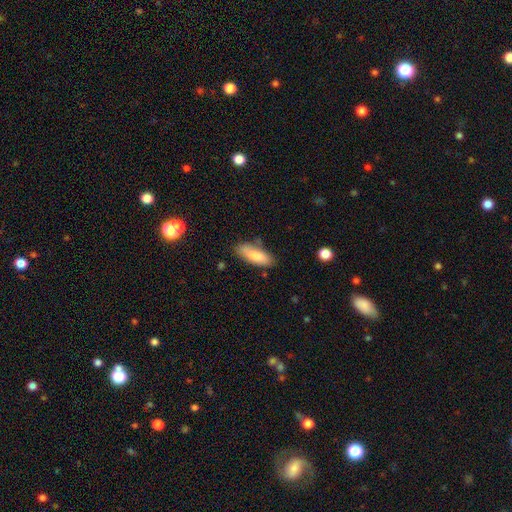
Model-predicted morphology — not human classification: smooth_or_featured: smooth (p=0.82) [alt: featured or disk p=0.11]
how_rounded: in between (p=0.64) [alt: cigar-shaped p=0.34]
merging: none (p=0.73) [alt: minor disturbance p=0.20]